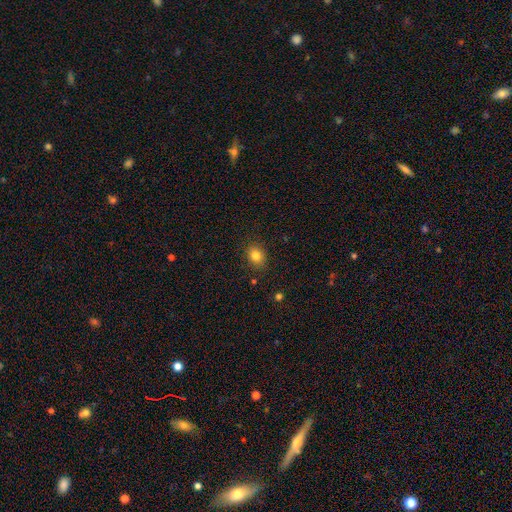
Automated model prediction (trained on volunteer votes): Overall: smooth (82%). How rounded: round (51%; in between 48%). Merging: none (87%).